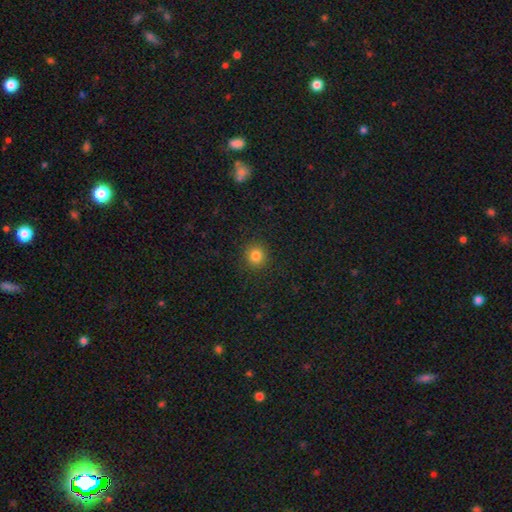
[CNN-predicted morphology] Smooth or featured: smooth — 83% (star or artifact — 12%)
How rounded: round — 90% (in between — 9%)
Merging: none — 90% (minor disturbance — 6%)